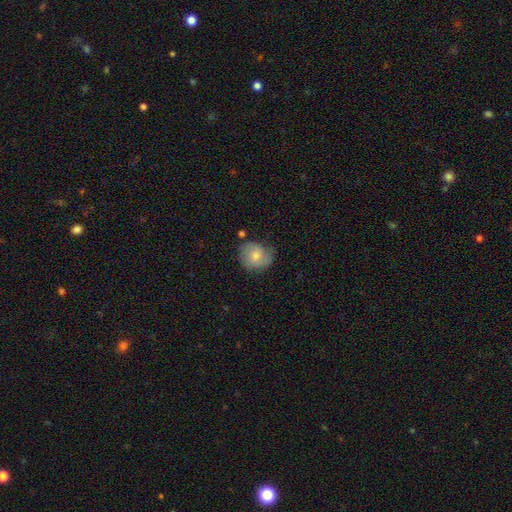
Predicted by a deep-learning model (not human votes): The model was most divided on "smooth or featured": smooth: 56%, featured or disk: 37%, star or artifact: 8%. More confident: how rounded — round (76%); merging — none (60%).